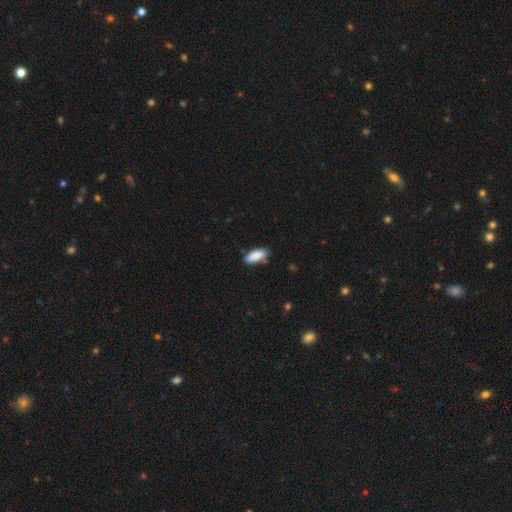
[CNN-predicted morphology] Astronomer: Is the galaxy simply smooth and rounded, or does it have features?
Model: smooth — 88%.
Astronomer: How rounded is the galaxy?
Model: in between — 82%.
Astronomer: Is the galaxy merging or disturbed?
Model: none — 81%.